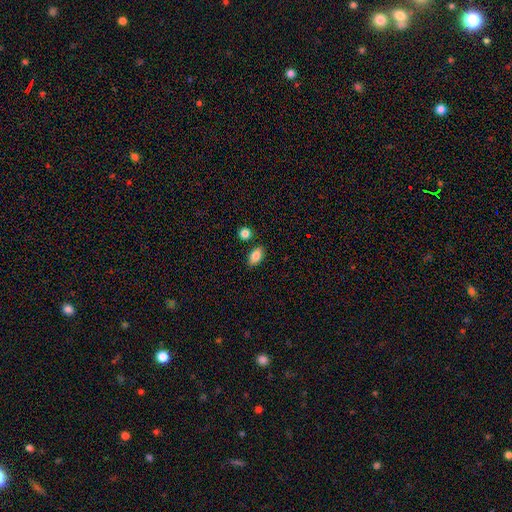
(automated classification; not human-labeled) This is clearly a smooth galaxy (85%). How rounded: clearly in between (87%). Merging: clearly none (82%).